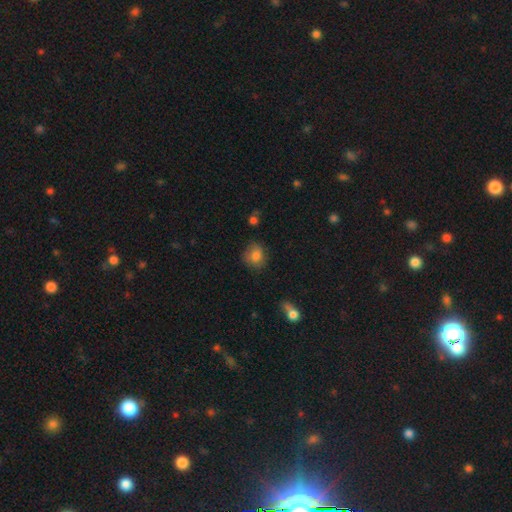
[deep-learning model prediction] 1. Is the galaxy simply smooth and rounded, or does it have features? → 79% smooth, 11% featured or disk, 9% star or artifact.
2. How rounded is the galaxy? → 72% round, 27% in between, 1% cigar-shaped.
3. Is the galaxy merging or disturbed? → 71% none, 21% minor disturbance, 6% major disturbance, 2% merger.